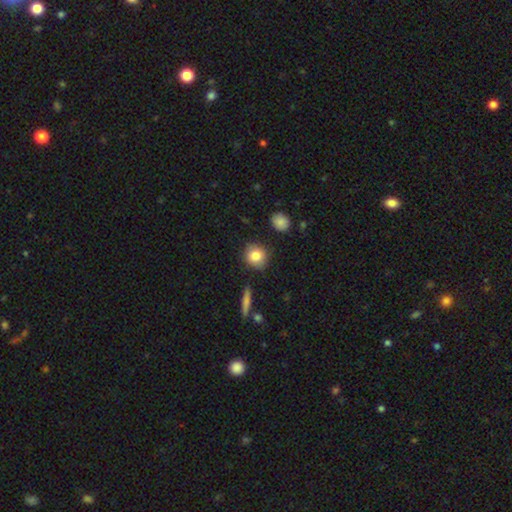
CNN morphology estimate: Smooth or featured? smooth (83%)
How rounded? round (86%)
Merging? none (85%)